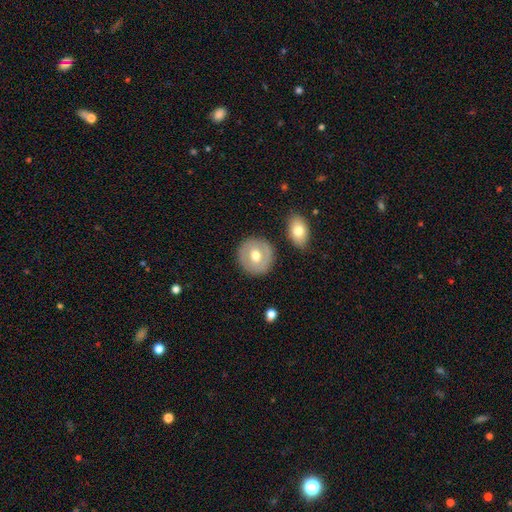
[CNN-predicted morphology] type=smooth (57%); roundness=round (90%); merging=none (85%).